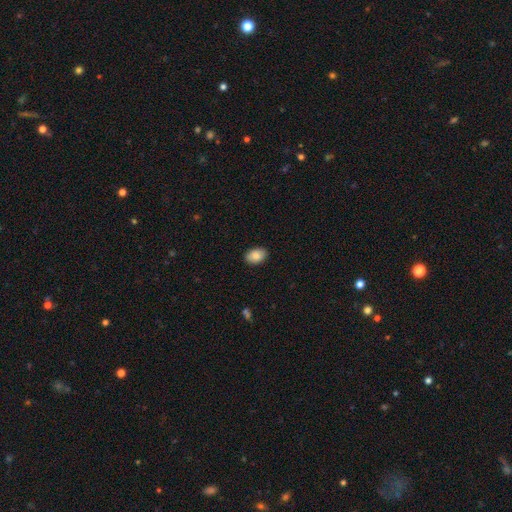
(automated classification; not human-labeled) Smooth or featured?
  - smooth: 84% *
  - featured or disk: 8%
  - star or artifact: 7%
How rounded?
  - in between: 85% *
  - round: 14%
  - cigar-shaped: 1%
Merging?
  - none: 89% *
  - minor disturbance: 8%
  - major disturbance: 2%
  - merger: 1%